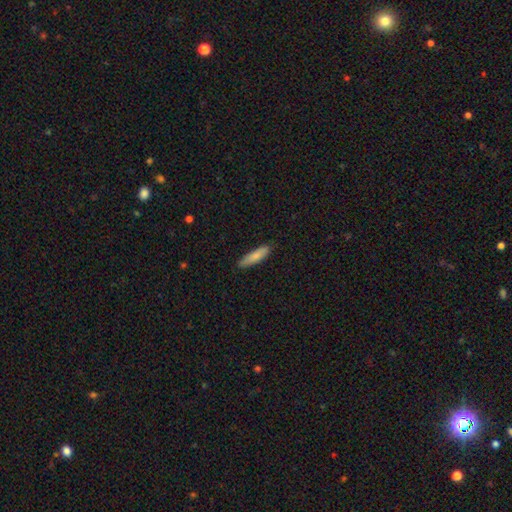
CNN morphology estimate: Smooth or featured?
  - smooth: 81% *
  - featured or disk: 13%
  - star or artifact: 6%
How rounded?
  - cigar-shaped: 72% *
  - in between: 26%
  - round: 2%
Merging?
  - none: 85% *
  - minor disturbance: 12%
  - major disturbance: 2%
  - merger: 1%